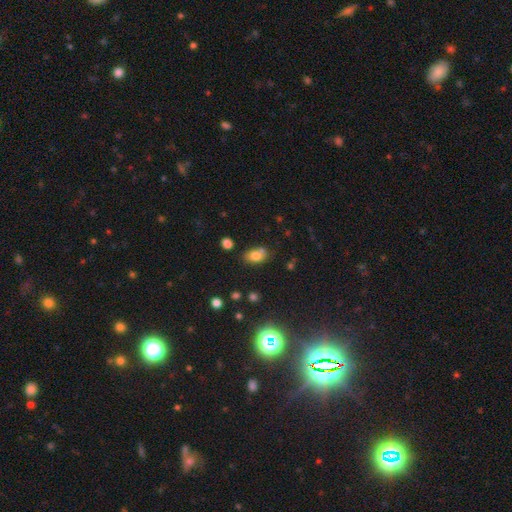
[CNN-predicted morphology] smooth_or_featured: smooth (p=0.78) [alt: star or artifact p=0.12]
how_rounded: in between (p=0.81) [alt: round p=0.17]
merging: none (p=0.62) [alt: minor disturbance p=0.17]